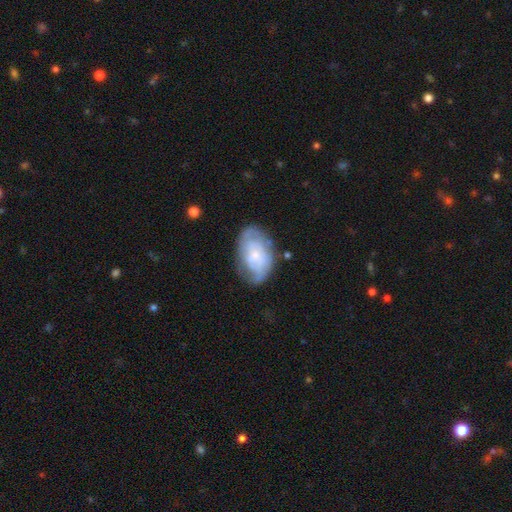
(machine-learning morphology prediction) Overall: featured or disk (58%; smooth 36%). Edge-on disk: no (96%). Bar: no (67%; weak 28%). Spiral arms: yes (69%; no 31%). Bulge size: small (55%; moderate 28%). Merging: none (60%; minor disturbance 26%).